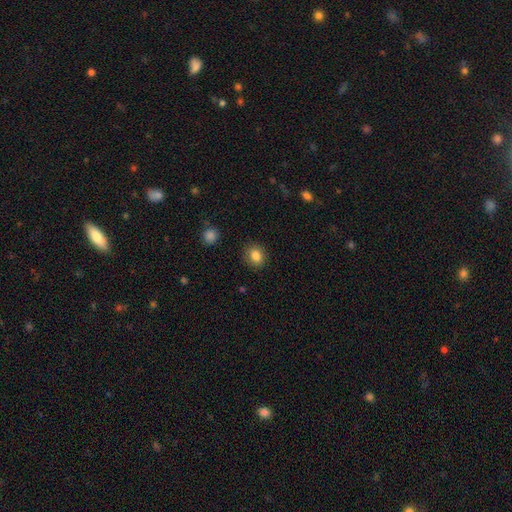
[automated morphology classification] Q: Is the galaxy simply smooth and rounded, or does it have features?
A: smooth — 84%.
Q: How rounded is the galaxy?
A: round — 69%.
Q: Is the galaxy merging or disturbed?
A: none — 88%.